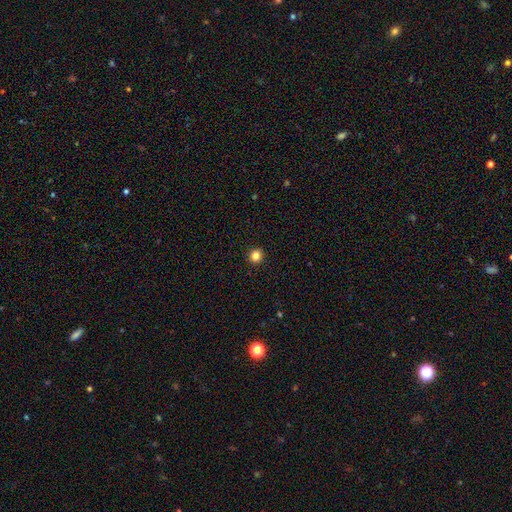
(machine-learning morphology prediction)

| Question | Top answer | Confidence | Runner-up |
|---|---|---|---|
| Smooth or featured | smooth | 83% | star or artifact (13%) |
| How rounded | round | 95% | in between (4%) |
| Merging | none | 94% | minor disturbance (4%) |